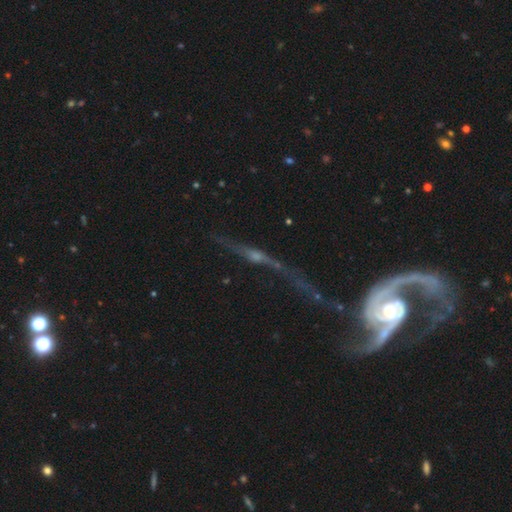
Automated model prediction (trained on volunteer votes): Smooth or featured?
  - featured or disk: 70% *
  - star or artifact: 18%
  - smooth: 13%
Edge-on disk?
  - yes: 79% *
  - no: 21%
Edge-on bulge?
  - rounded: 77% *
  - boxy: 12%
  - none: 12%
Merging?
  - none: 45% *
  - major disturbance: 23%
  - minor disturbance: 16%
  - merger: 15%